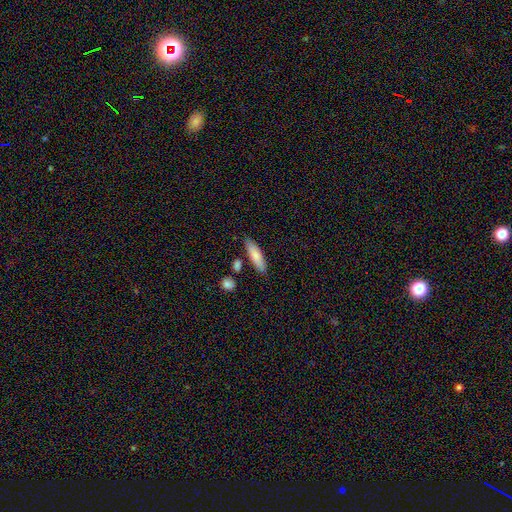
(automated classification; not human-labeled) Q: Smooth or featured?
A: smooth (79%); runner-up: featured or disk (15%)
Q: How rounded?
A: cigar-shaped (60%); runner-up: in between (38%)
Q: Merging?
A: none (82%); runner-up: minor disturbance (11%)